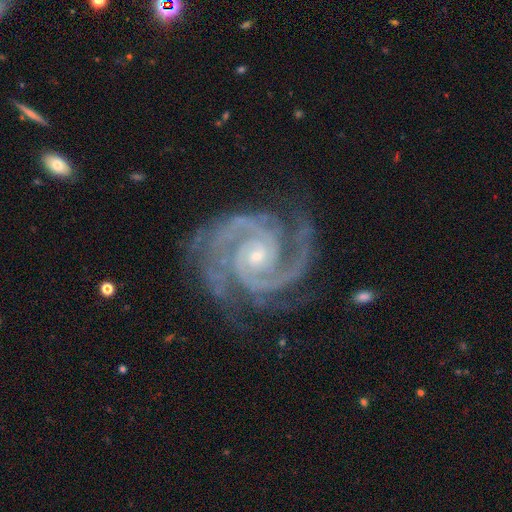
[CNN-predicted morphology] smooth-or-featured: featured or disk: 94% | star or artifact: 4% | smooth: 2%
  disk-edge-on: no: 98% | yes: 2%
    bar: no: 65% | weak: 25% | strong: 10%
    has-spiral-arms: yes: 99% | no: 1%
      spiral-winding: tight: 66% | medium: 31% | loose: 3%
      spiral-arm-count: 2: 63% | 3: 20% | 4: 5% | can't tell: 5% | more than 4: 4% | 1: 4%
    bulge-size: small: 71% | moderate: 26% | none: 1% | large: 1% | dominant: 1%
  merging: none: 76% | minor disturbance: 17% | major disturbance: 6% | merger: 1%